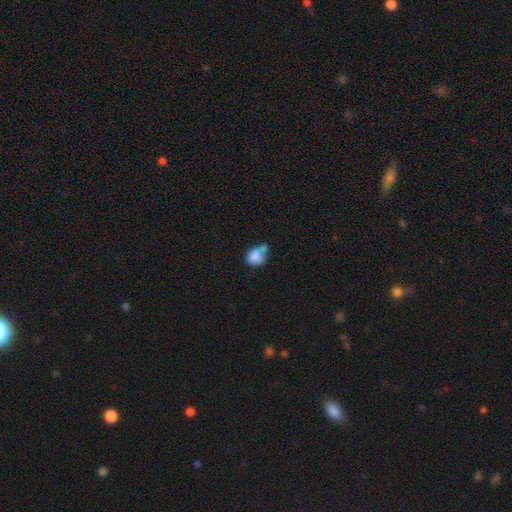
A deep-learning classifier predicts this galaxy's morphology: Overall: smooth (83%). How rounded: round (69%; in between 30%). Merging: merger (40%; none 33%).